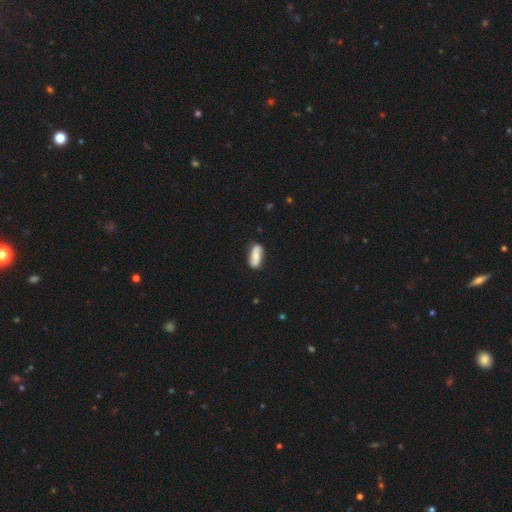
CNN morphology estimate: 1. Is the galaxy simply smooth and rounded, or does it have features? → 64% smooth, 29% featured or disk, 7% star or artifact.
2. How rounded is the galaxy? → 73% in between, 23% cigar-shaped, 3% round.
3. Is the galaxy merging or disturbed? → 77% none, 16% minor disturbance, 3% major disturbance, 3% merger.